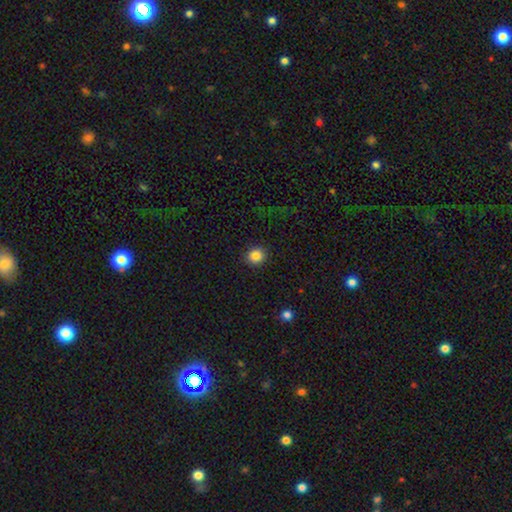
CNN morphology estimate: type=smooth (86%); roundness=round (85%); merging=none (91%).